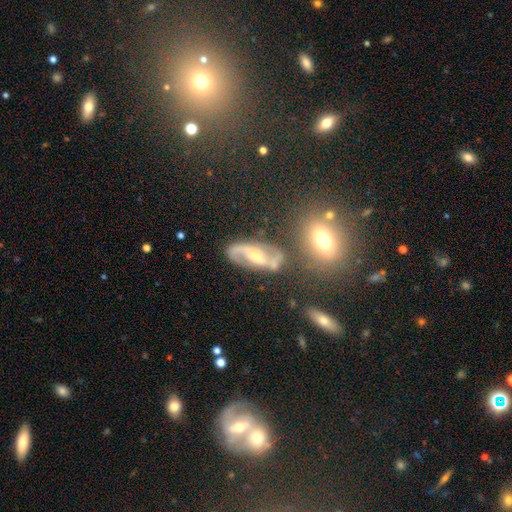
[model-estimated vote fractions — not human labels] Q: Smooth or featured?
A: featured or disk (85%); runner-up: smooth (8%)
Q: Edge-on disk?
A: no (94%); runner-up: yes (6%)
Q: Bar?
A: weak (43%); runner-up: no (35%)
Q: Spiral arms?
A: yes (95%); runner-up: no (5%)
Q: Spiral winding?
A: medium (45%); runner-up: loose (41%)
Q: Spiral arm count?
A: 2 (93%); runner-up: can't tell (2%)
Q: Bulge size?
A: moderate (57%); runner-up: small (29%)
Q: Merging?
A: none (71%); runner-up: minor disturbance (15%)